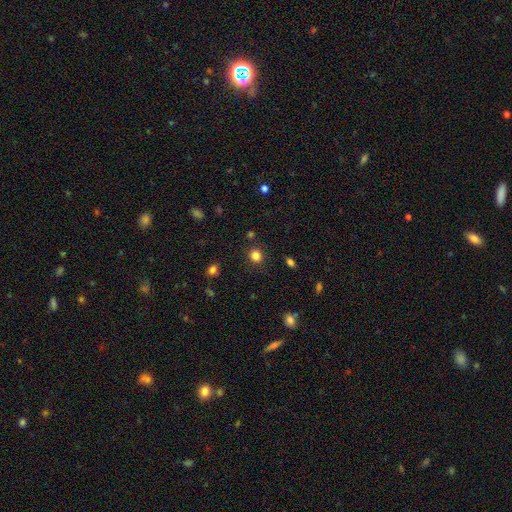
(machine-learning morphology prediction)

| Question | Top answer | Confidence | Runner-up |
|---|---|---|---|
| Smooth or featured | smooth | 83% | star or artifact (13%) |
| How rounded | round | 75% | in between (24%) |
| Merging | none | 86% | minor disturbance (9%) |